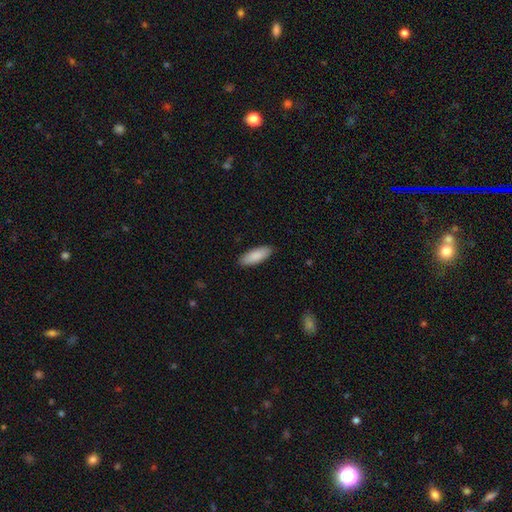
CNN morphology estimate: Q: Smooth or featured?
A: smooth (89%); runner-up: featured or disk (6%)
Q: How rounded?
A: in between (69%); runner-up: cigar-shaped (30%)
Q: Merging?
A: none (89%); runner-up: minor disturbance (9%)